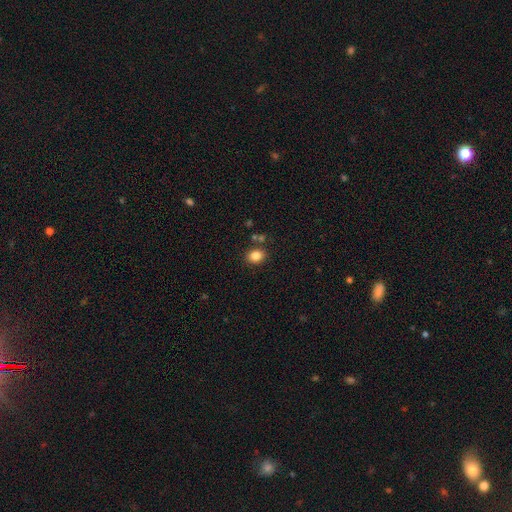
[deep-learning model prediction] Q: Smooth or featured?
A: smooth (84%); runner-up: star or artifact (10%)
Q: How rounded?
A: in between (54%); runner-up: round (45%)
Q: Merging?
A: none (82%); runner-up: minor disturbance (10%)